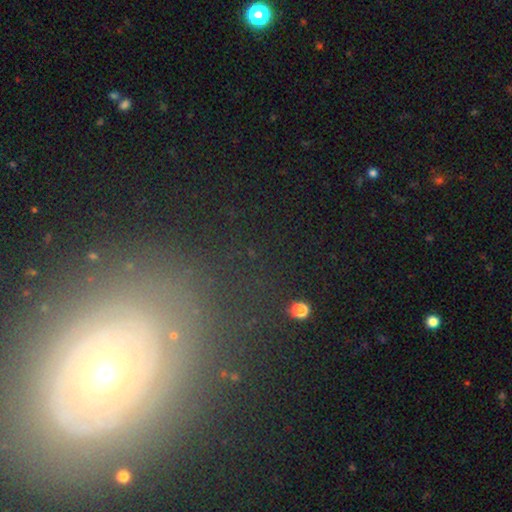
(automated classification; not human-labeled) The model was most divided on "smooth or featured": featured or disk: 46%, star or artifact: 29%, smooth: 26%. More confident: merging — none (71%).